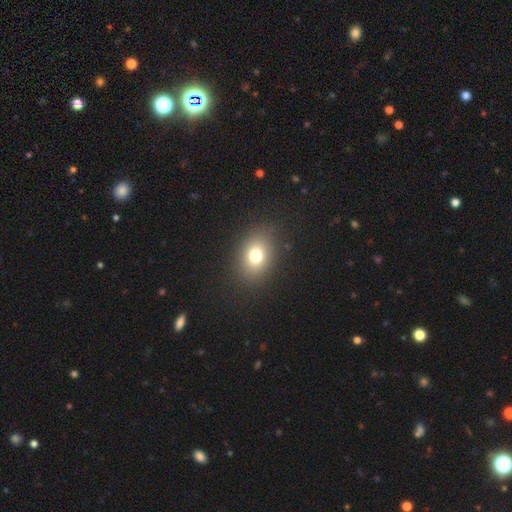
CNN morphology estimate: A smooth galaxy with no disk features (74%) that is in between round and cigar-shaped (62%). Merging: none (86%).